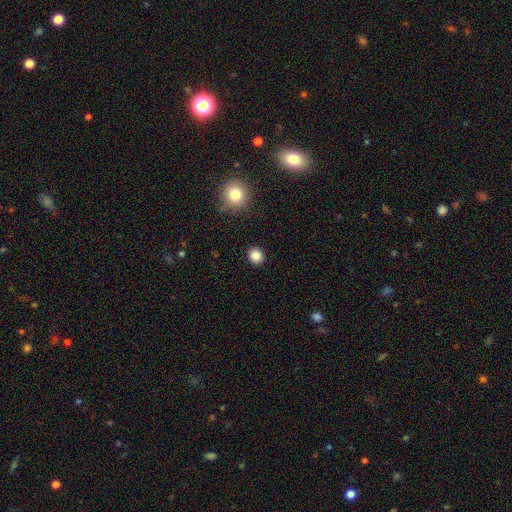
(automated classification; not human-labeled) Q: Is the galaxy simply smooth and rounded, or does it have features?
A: smooth — 85%.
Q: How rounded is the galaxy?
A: round — 82%.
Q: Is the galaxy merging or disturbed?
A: none — 91%.